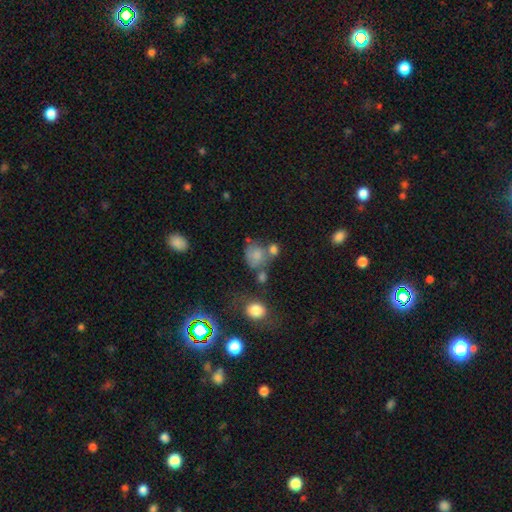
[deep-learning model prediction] Smooth or featured? Predicted: smooth (p=0.68). How rounded? Predicted: round (p=0.61). Merging? Predicted: none (p=0.36).